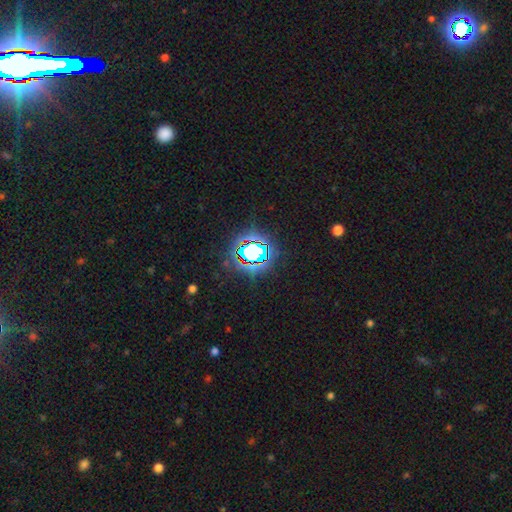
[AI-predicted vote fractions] Smooth or featured? Predicted: star or artifact (p=0.72).